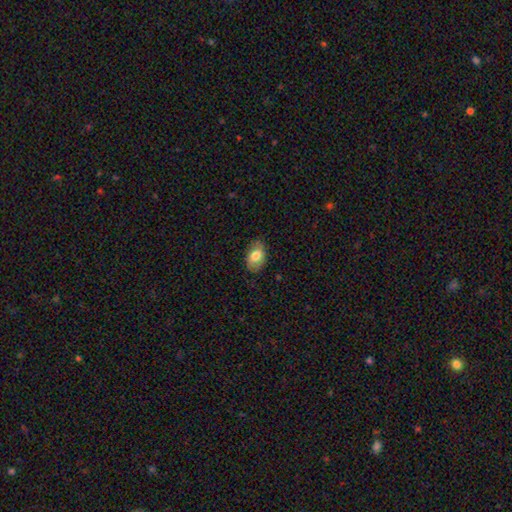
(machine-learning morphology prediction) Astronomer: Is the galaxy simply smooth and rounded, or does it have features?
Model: smooth — 78%.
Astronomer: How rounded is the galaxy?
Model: in between — 88%.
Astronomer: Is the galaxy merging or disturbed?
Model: none — 77%.